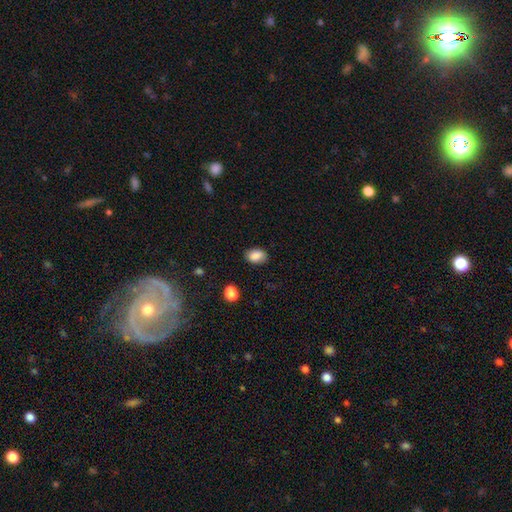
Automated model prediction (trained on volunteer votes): Smooth or featured?
  - smooth: 88% *
  - star or artifact: 8%
  - featured or disk: 4%
How rounded?
  - in between: 82% *
  - round: 17%
  - cigar-shaped: 1%
Merging?
  - none: 85% *
  - minor disturbance: 11%
  - major disturbance: 3%
  - merger: 2%